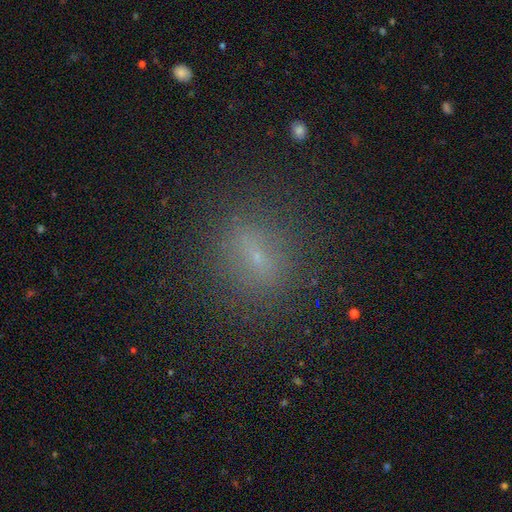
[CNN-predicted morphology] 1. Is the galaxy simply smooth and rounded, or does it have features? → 54% smooth, 24% star or artifact, 22% featured or disk.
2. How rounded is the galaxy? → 46% in between, 40% round, 14% cigar-shaped.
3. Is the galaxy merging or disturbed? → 83% none, 11% minor disturbance, 5% major disturbance, 2% merger.